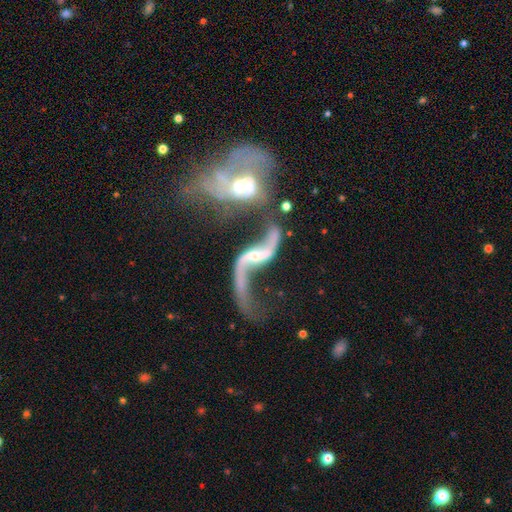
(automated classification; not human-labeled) Overall: featured or disk (88%). Edge-on disk: no (94%). Bar: weak (39%; no 36%). Spiral arms: yes (92%). Spiral arm count: 2 (91%). Spiral winding: loose (93%). Bulge size: small (52%; moderate 29%). Merging: merger (55%; none 23%).